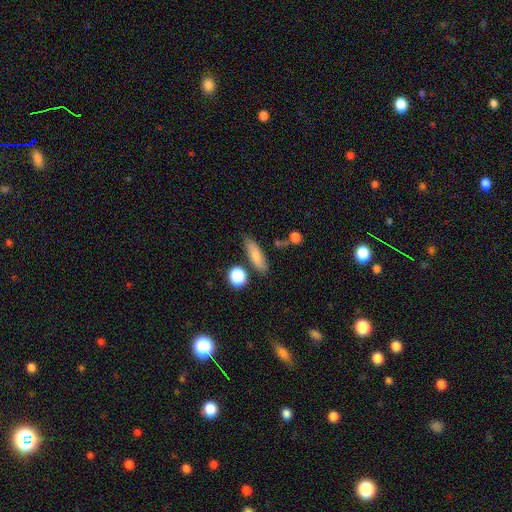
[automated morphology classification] A smooth galaxy with no disk features (77%) that is in between round and cigar-shaped (48%).

Vote fractions:
- Smooth or featured? smooth: 77% / featured or disk: 14% / star or artifact: 8%
- How rounded? in between: 48% / cigar-shaped: 47% / round: 6%
- Merging? none: 77% / minor disturbance: 14% / merger: 6% / major disturbance: 4%